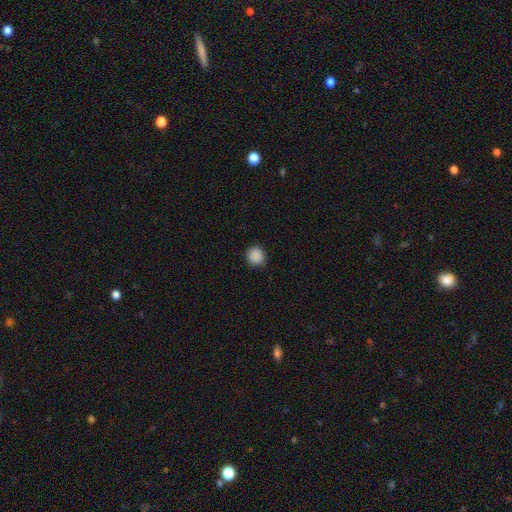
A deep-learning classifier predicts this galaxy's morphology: A smooth galaxy with no disk features (88%) that is round (90%).

Vote fractions:
- Smooth or featured? smooth: 88% / star or artifact: 9% / featured or disk: 2%
- How rounded? round: 90% / in between: 9% / cigar-shaped: 1%
- Merging? none: 86% / minor disturbance: 10% / major disturbance: 2% / merger: 1%